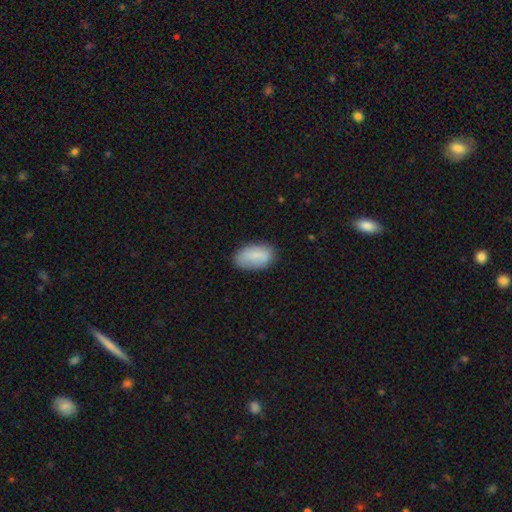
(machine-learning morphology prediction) Overall: smooth (80%). How rounded: in between (93%). Merging: none (76%).